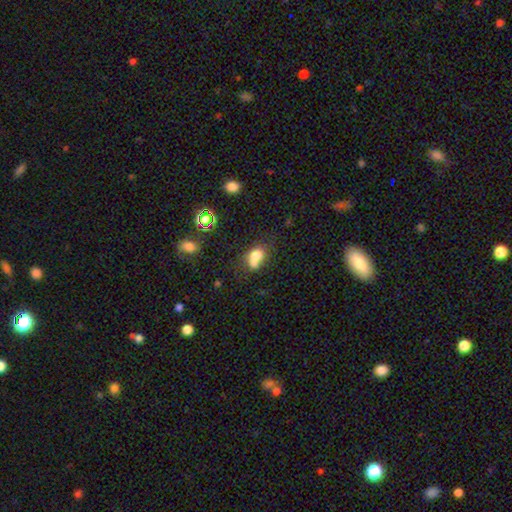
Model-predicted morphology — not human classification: type=smooth (72%); roundness=round (52%); merging=merger (48%).